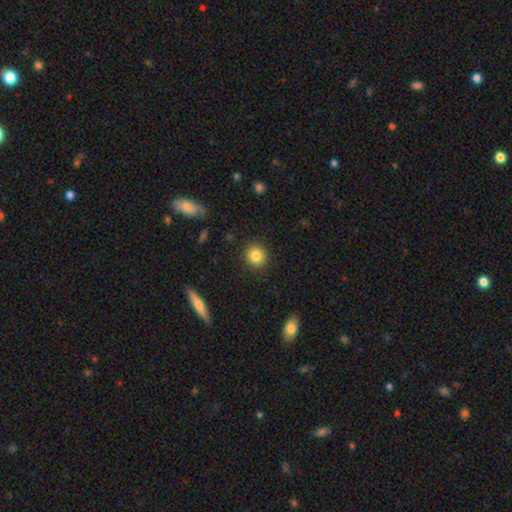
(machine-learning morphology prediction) Q: Smooth or featured?
A: smooth (85%); runner-up: star or artifact (10%)
Q: How rounded?
A: round (92%); runner-up: in between (7%)
Q: Merging?
A: none (90%); runner-up: minor disturbance (6%)